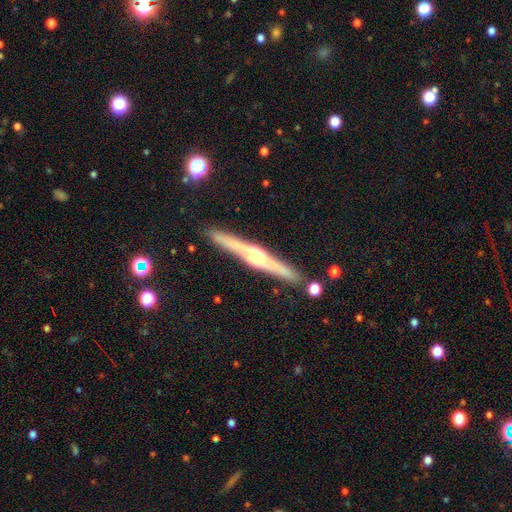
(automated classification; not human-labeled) The model was most divided on "edge-on bulge": rounded: 57%, boxy: 31%, none: 12%. More confident: edge-on disk — yes (97%); merging — none (89%); smooth or featured — featured or disk (75%).